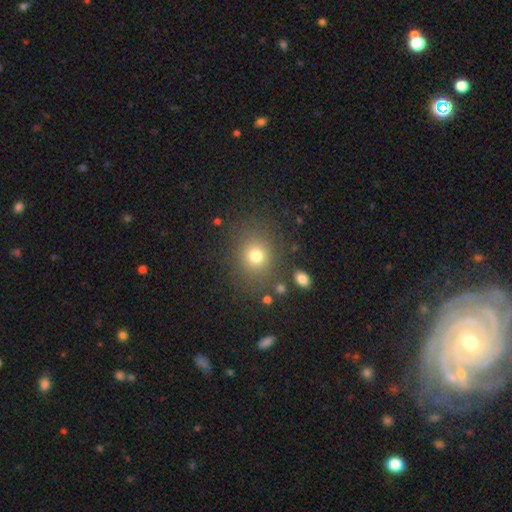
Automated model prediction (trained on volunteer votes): smooth_or_featured: smooth (p=0.74) [alt: star or artifact p=0.17]
how_rounded: round (p=0.70) [alt: in between p=0.29]
merging: none (p=0.81) [alt: minor disturbance p=0.11]